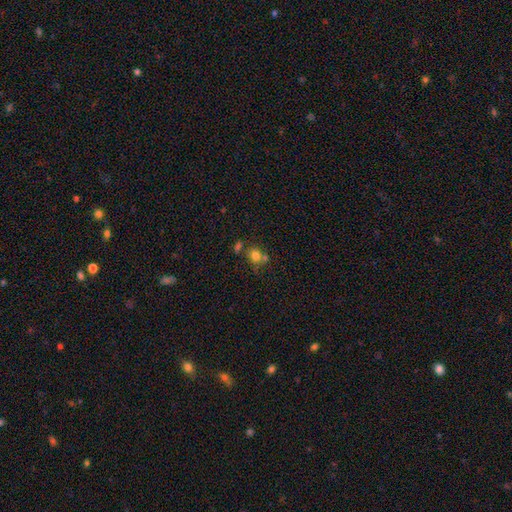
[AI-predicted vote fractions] This appears to be a smooth galaxy with no disk features (76%) that is round (75%). Merging: none (55%).